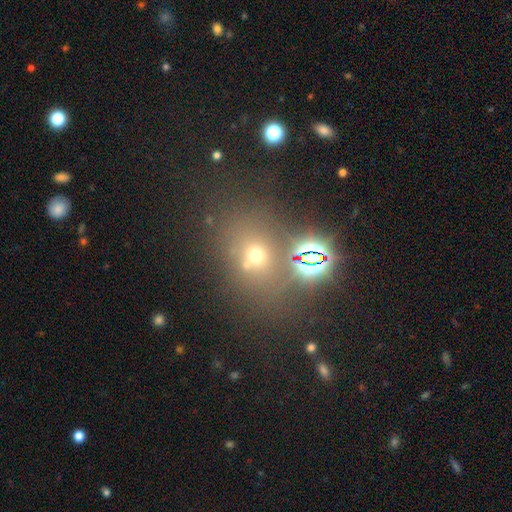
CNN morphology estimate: smooth_or_featured: smooth (p=0.52) [alt: star or artifact p=0.33]
how_rounded: round (p=0.54) [alt: in between p=0.44]
merging: none (p=0.64) [alt: merger p=0.18]